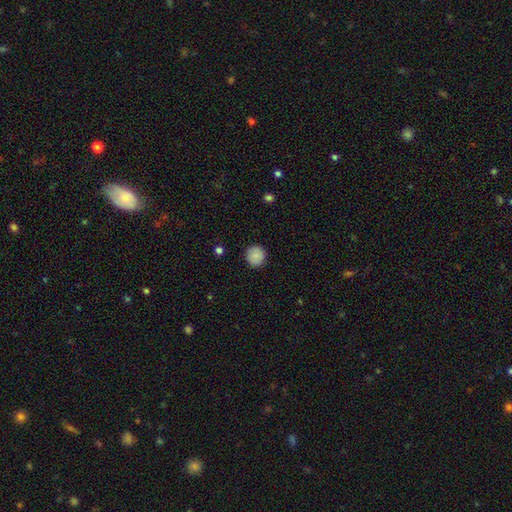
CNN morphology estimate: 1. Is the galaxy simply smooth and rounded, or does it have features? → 86% smooth, 8% star or artifact, 6% featured or disk.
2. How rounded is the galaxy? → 92% round, 7% in between, 1% cigar-shaped.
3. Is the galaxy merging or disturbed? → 89% none, 8% minor disturbance, 2% major disturbance, 1% merger.